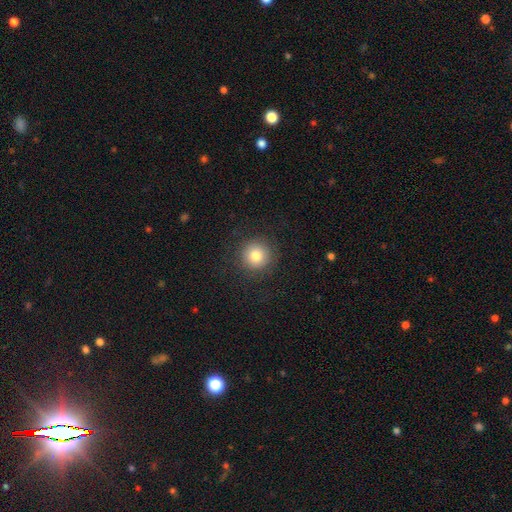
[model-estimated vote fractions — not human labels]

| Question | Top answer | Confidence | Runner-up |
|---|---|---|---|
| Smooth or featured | smooth | 80% | star or artifact (11%) |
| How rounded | round | 95% | in between (4%) |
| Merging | none | 88% | minor disturbance (7%) |